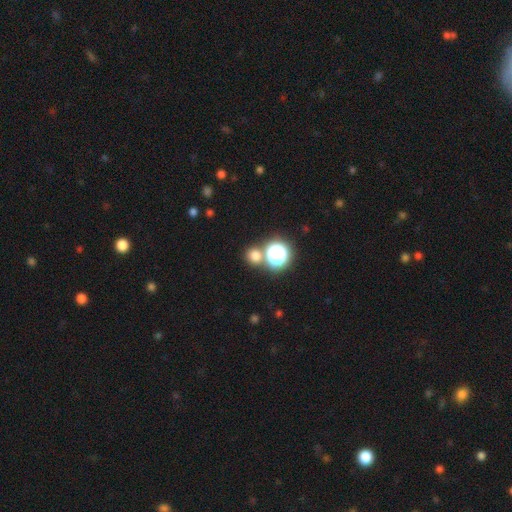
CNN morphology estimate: Smooth or featured? smooth (68%)
How rounded? round (88%)
Merging? none (71%)